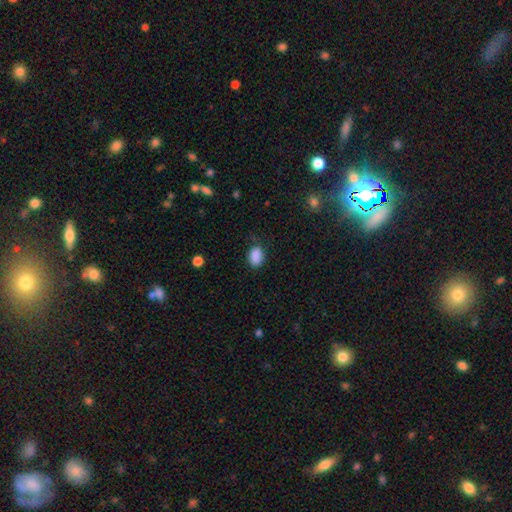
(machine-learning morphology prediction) A smooth galaxy with no disk features (88%) that is in between round and cigar-shaped (79%). Merging: none (72%).